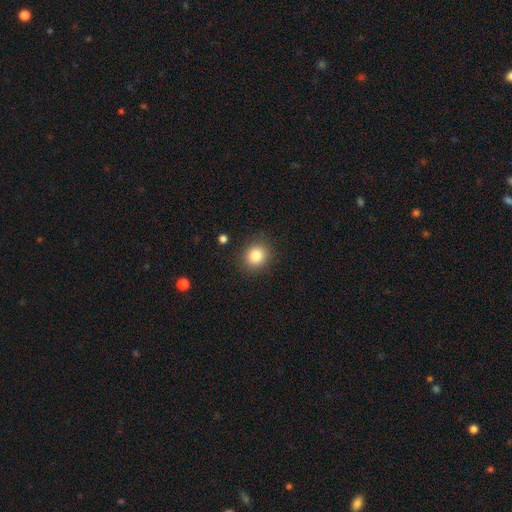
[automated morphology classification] A smooth galaxy with no disk features (83%) that is round (82%).

Vote fractions:
- Smooth or featured? smooth: 83% / star or artifact: 11% / featured or disk: 6%
- How rounded? round: 82% / in between: 17% / cigar-shaped: 1%
- Merging? none: 88% / minor disturbance: 8% / major disturbance: 3% / merger: 2%